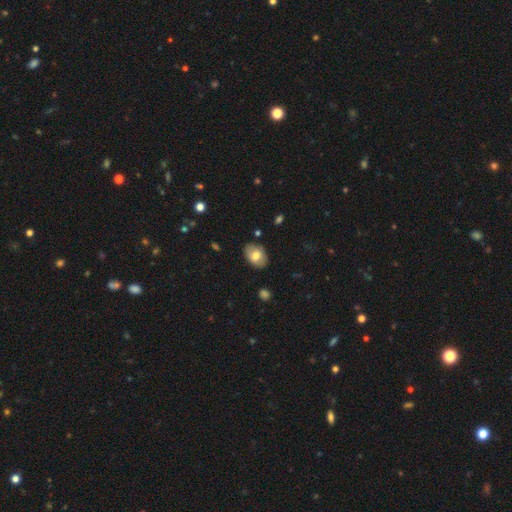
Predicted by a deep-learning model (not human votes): Overall: smooth (72%). How rounded: in between (84%). Merging: none (84%).